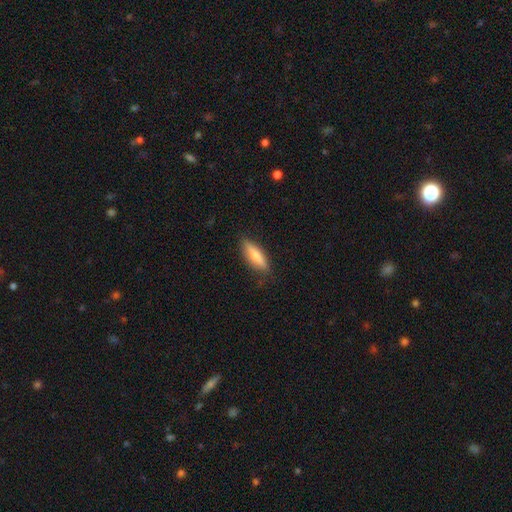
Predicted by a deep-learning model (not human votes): Morphology: type=smooth (65%); roundness=cigar-shaped (54%); merging=none (80%).